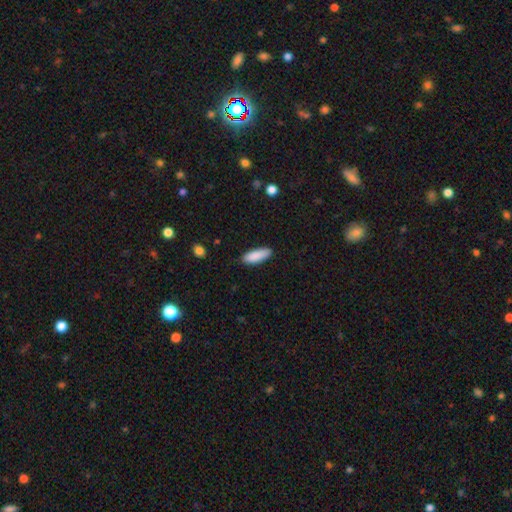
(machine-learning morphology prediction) This is clearly a smooth galaxy (89%). How rounded: likely in between (62%). Merging: clearly none (83%).